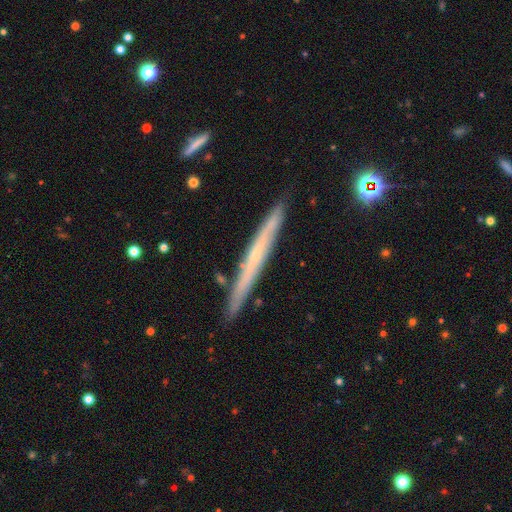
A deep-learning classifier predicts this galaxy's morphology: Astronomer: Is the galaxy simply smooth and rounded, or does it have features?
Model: featured or disk — 59%.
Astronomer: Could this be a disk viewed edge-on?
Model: yes — 95%.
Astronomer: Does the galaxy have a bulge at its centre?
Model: none — 76%.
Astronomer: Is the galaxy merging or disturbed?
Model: none — 88%.